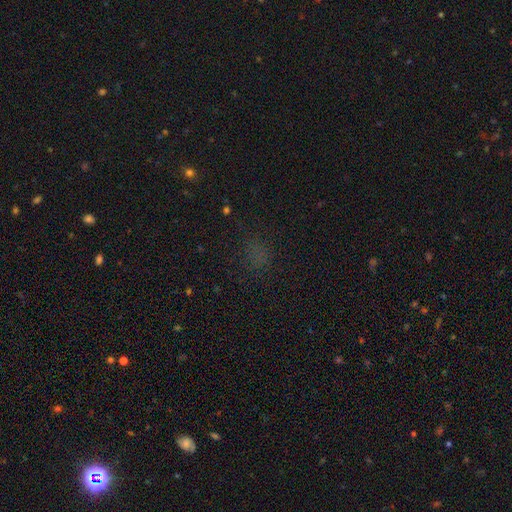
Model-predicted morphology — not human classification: smooth-or-featured: smooth: 51% | star or artifact: 41% | featured or disk: 8%
  how-rounded: round: 64% | in between: 33% | cigar-shaped: 3%
  merging: none: 80% | minor disturbance: 12% | major disturbance: 7% | merger: 2%